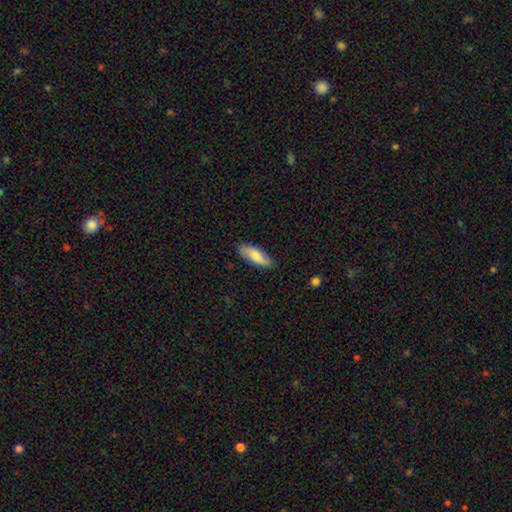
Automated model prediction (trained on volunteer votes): Smooth or featured?
  - smooth: 71% *
  - featured or disk: 23%
  - star or artifact: 6%
How rounded?
  - in between: 70% *
  - cigar-shaped: 28%
  - round: 2%
Merging?
  - none: 84% *
  - minor disturbance: 13%
  - major disturbance: 2%
  - merger: 1%